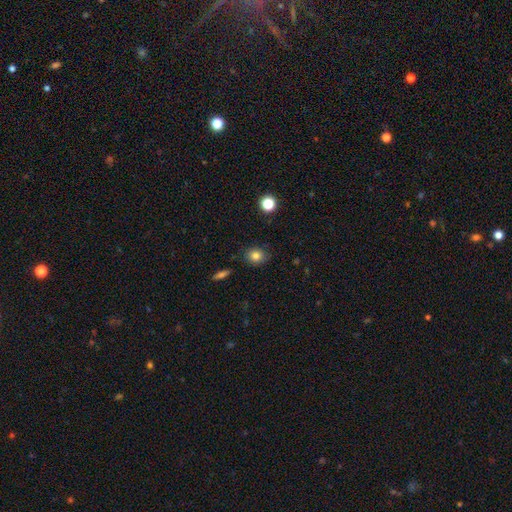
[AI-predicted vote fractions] smooth-or-featured: smooth: 81% | star or artifact: 11% | featured or disk: 7%
  how-rounded: round: 63% | in between: 36% | cigar-shaped: 1%
  merging: none: 85% | minor disturbance: 11% | major disturbance: 2% | merger: 2%